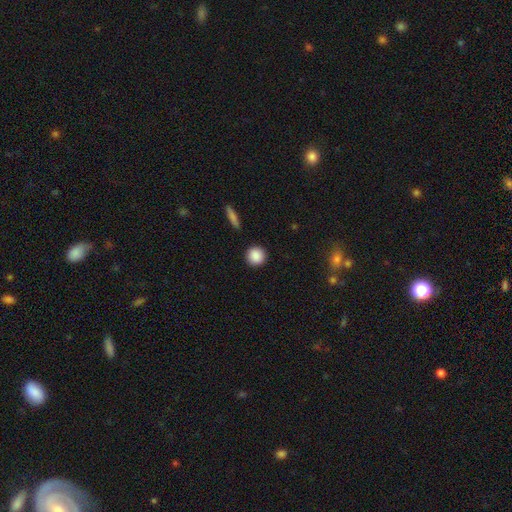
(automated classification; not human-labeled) smooth-or-featured: smooth: 88% | star or artifact: 8% | featured or disk: 4%
  how-rounded: round: 94% | in between: 5% | cigar-shaped: 1%
  merging: none: 92% | minor disturbance: 5% | major disturbance: 2% | merger: 1%